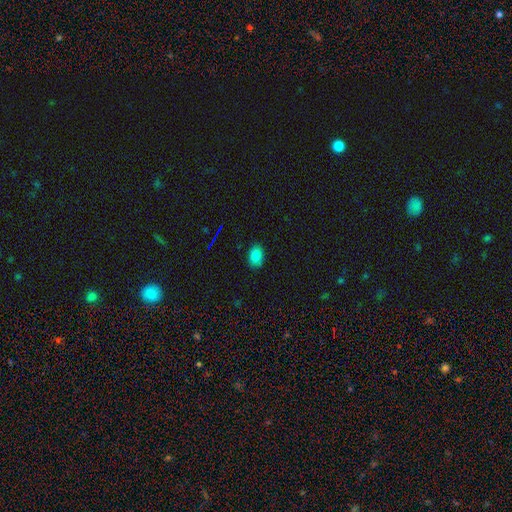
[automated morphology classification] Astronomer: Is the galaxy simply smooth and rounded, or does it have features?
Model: smooth — 82%.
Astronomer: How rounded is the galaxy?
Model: in between — 78%.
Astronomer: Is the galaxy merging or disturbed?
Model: none — 85%.